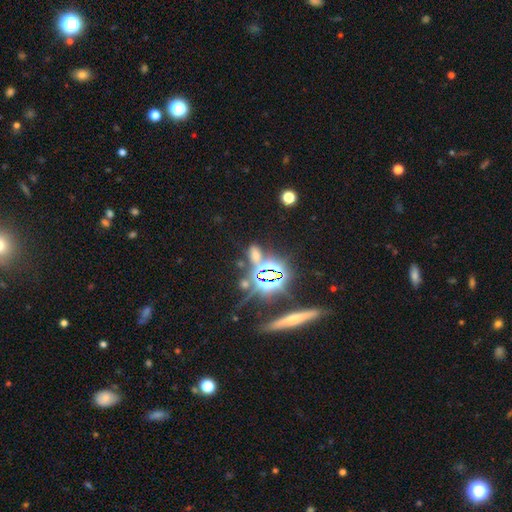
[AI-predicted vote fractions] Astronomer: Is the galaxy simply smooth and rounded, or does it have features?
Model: star or artifact — 53% (runner-up: smooth, 36%).